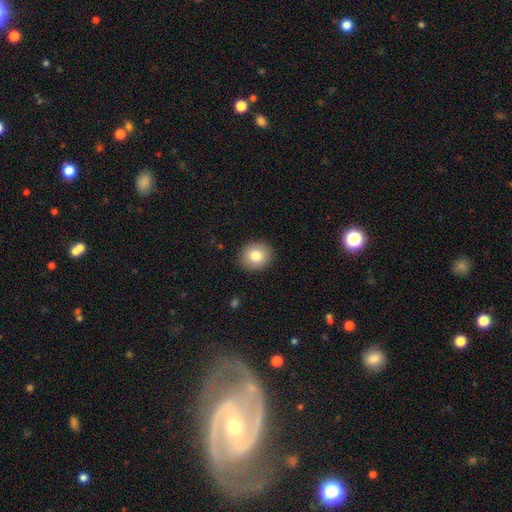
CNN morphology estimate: Smooth or featured? Predicted: smooth (p=0.81). How rounded? Predicted: round (p=0.82). Merging? Predicted: none (p=0.90).